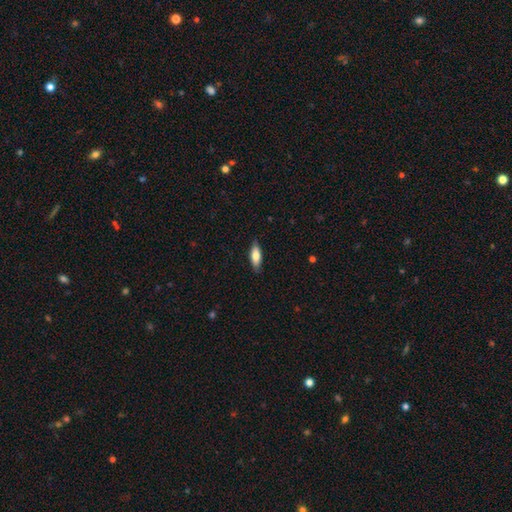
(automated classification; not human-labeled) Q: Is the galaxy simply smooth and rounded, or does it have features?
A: smooth — 72%.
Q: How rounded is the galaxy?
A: in between — 61%.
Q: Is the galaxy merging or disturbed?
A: none — 87%.